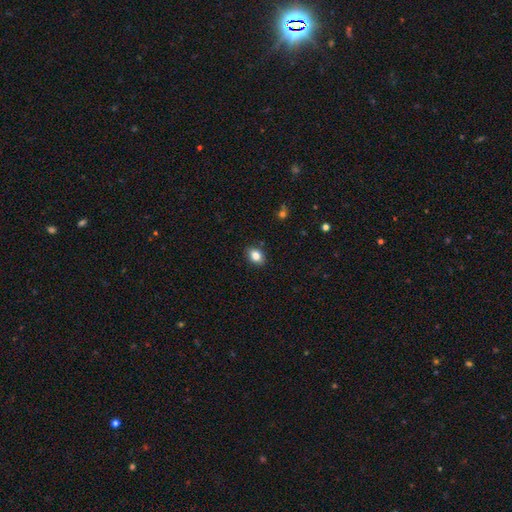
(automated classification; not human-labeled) Overall: smooth (82%). How rounded: in between (73%). Merging: none (88%).